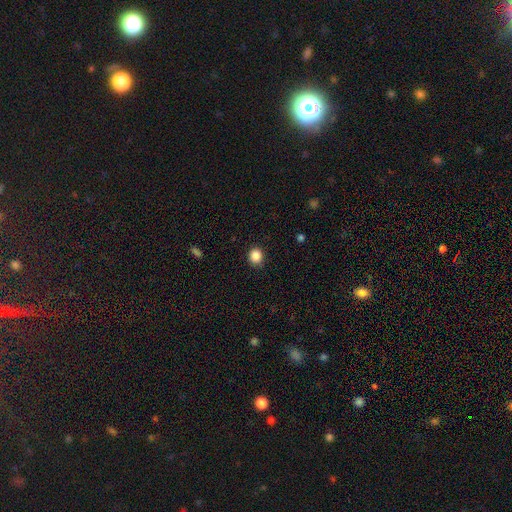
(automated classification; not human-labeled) This is clearly a smooth galaxy (86%). How rounded: clearly round (84%). Merging: clearly none (88%).